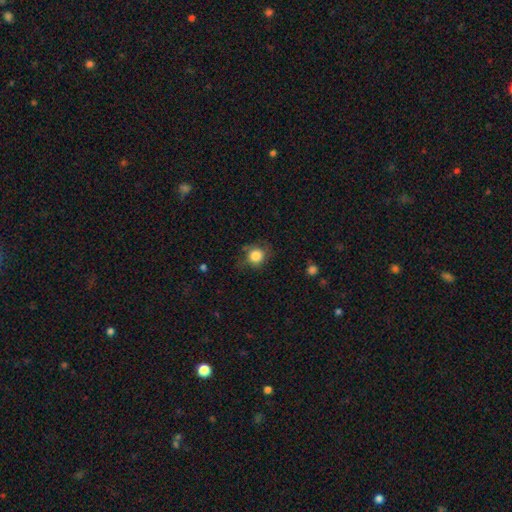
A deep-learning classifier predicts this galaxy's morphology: Q: Smooth or featured?
A: smooth (83%); runner-up: star or artifact (9%)
Q: How rounded?
A: round (83%); runner-up: in between (16%)
Q: Merging?
A: none (70%); runner-up: minor disturbance (21%)